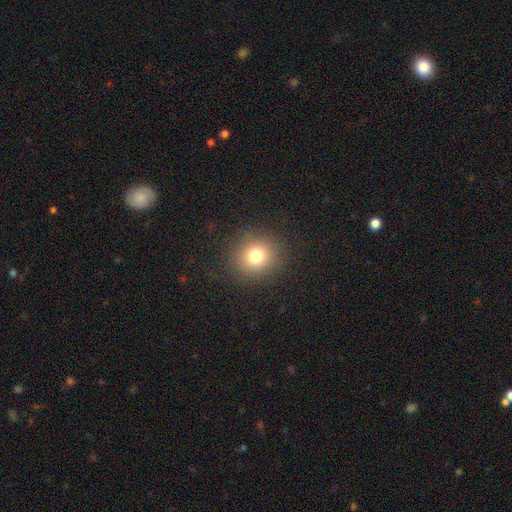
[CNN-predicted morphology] smooth 77%, star or artifact 14%, featured or disk 9%. Down the decision tree: how rounded — round (87%); merging — none (88%).